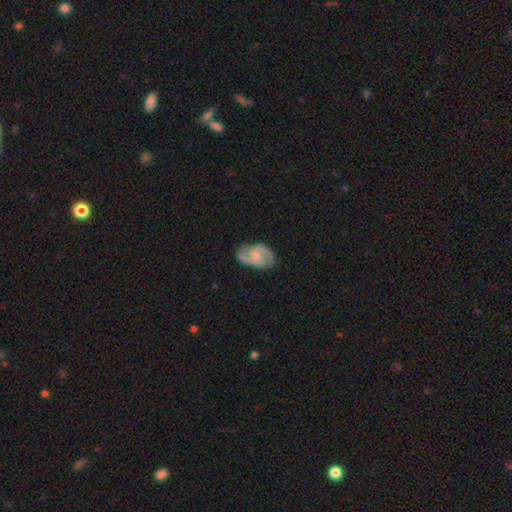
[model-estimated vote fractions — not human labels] smooth_or_featured: featured or disk (p=0.85) [alt: smooth p=0.10]
disk_edge_on: no (p=0.98) [alt: yes p=0.02]
bar: weak (p=0.50) [alt: no p=0.40]
has_spiral_arms: yes (p=0.97) [alt: no p=0.03]
spiral_winding: medium (p=0.57) [alt: tight p=0.23]
spiral_arm_count: 2 (p=0.91) [alt: can't tell p=0.03]
bulge_size: small (p=0.43) [alt: moderate p=0.27]
merging: none (p=0.78) [alt: minor disturbance p=0.16]